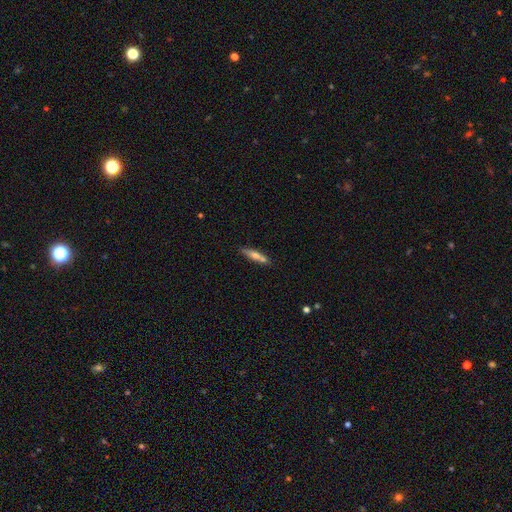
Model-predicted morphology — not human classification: smooth_or_featured: smooth (p=0.52) [alt: featured or disk p=0.41]
how_rounded: cigar-shaped (p=0.83) [alt: in between p=0.15]
merging: none (p=0.72) [alt: minor disturbance p=0.13]